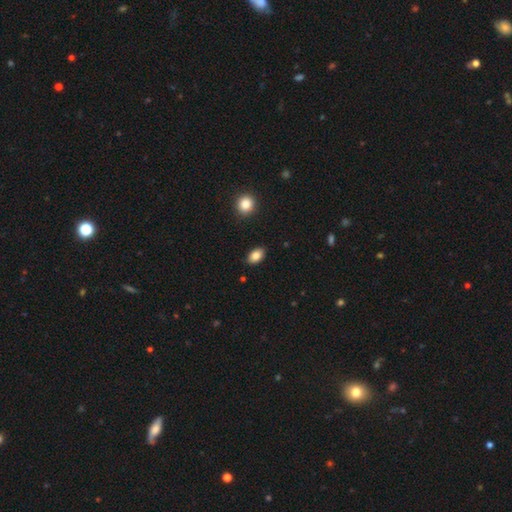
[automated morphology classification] Overall: smooth (84%). How rounded: in between (87%). Merging: none (88%).